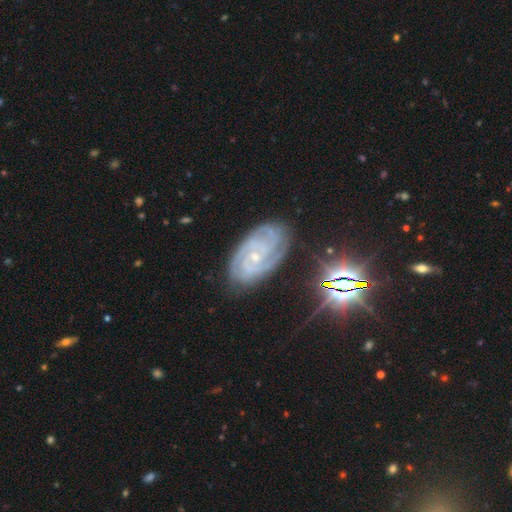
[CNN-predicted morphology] A featured or disk galaxy (85%) with no bar (67%), 3 (30%) tight (74%) spiral arms (98%) and a small central bulge (79%).

Vote fractions:
- Smooth or featured? featured or disk: 85% / star or artifact: 10% / smooth: 6%
- Edge-on disk? no: 96% / yes: 4%
- Bar? no: 67% / weak: 24% / strong: 8%
- Spiral arms? yes: 98% / no: 2%
- Spiral winding? tight: 74% / medium: 23% / loose: 3%
- Spiral arm count? 3: 30% / 2: 20% / 4: 19% / can't tell: 16% / more than 4: 8% / 1: 6%
- Bulge size? small: 79% / moderate: 17% / none: 2% / large: 1% / dominant: 1%
- Merging? none: 78% / minor disturbance: 17% / major disturbance: 4% / merger: 1%